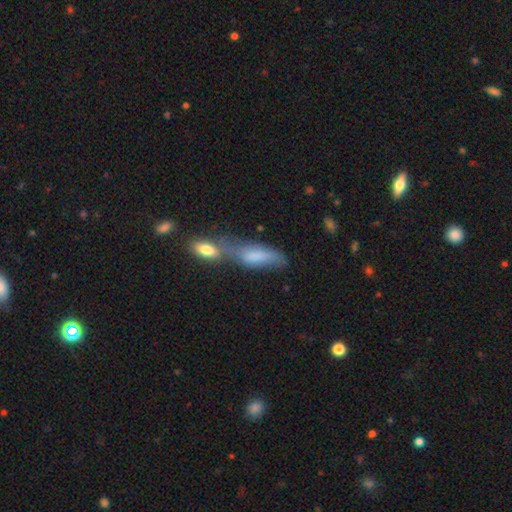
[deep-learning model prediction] Q: Smooth or featured?
A: smooth (70%); runner-up: featured or disk (22%)
Q: How rounded?
A: in between (58%); runner-up: cigar-shaped (39%)
Q: Merging?
A: merger (50%); runner-up: none (26%)